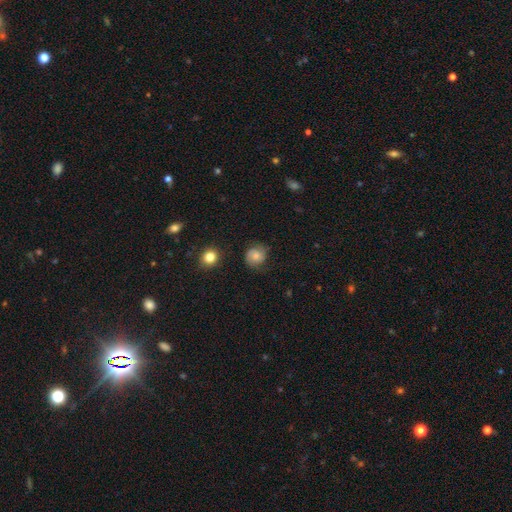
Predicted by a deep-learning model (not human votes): Smooth or featured? Predicted: smooth (p=0.60). How rounded? Predicted: round (p=0.81). Merging? Predicted: none (p=0.71).